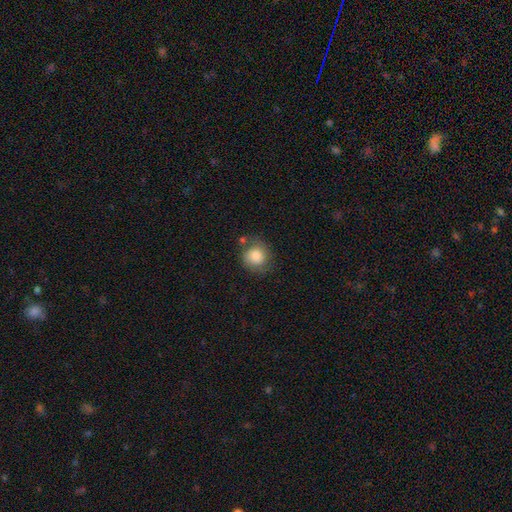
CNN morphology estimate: The model was most divided on "merging": none: 64%, minor disturbance: 21%, merger: 7%, major disturbance: 7%. More confident: how rounded — round (83%); smooth or featured — smooth (79%).